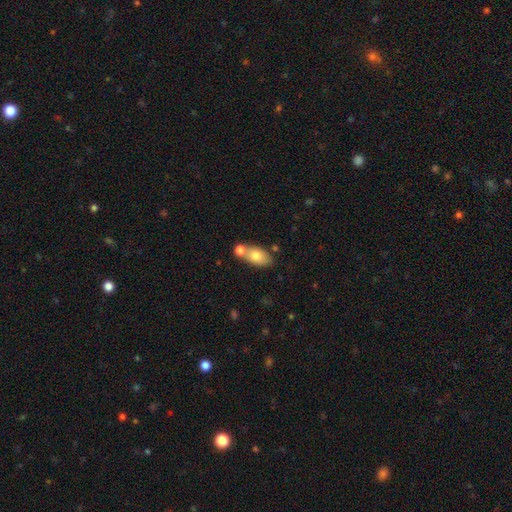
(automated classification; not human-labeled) A smooth galaxy with no disk features (75%) that is in between round and cigar-shaped (87%). Merging: none (47%).